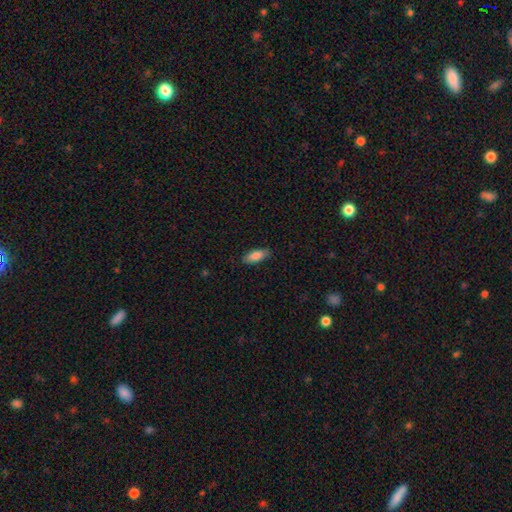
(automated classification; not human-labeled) A smooth galaxy with no disk features (86%) that is in between round and cigar-shaped (76%). Merging: none (83%).